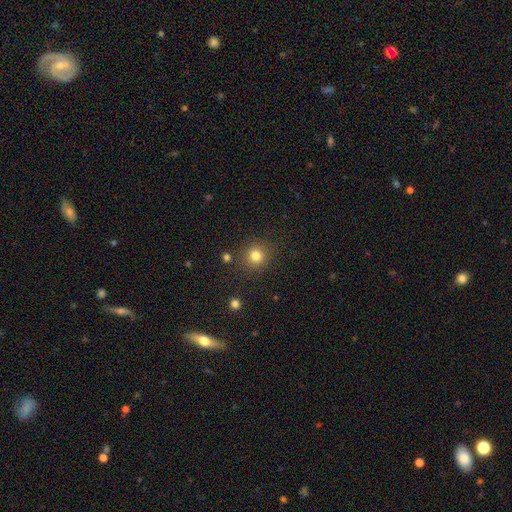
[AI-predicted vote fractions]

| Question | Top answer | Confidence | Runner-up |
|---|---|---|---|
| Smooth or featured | smooth | 81% | star or artifact (13%) |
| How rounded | round | 91% | in between (8%) |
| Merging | none | 86% | minor disturbance (8%) |